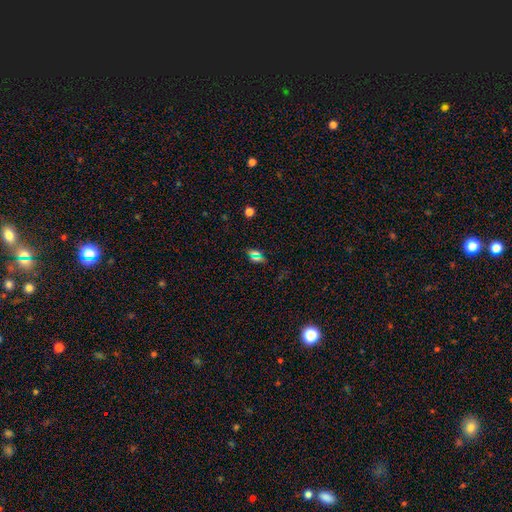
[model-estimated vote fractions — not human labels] smooth_or_featured: smooth (p=0.49) [alt: star or artifact p=0.40]
merging: none (p=0.80) [alt: minor disturbance p=0.11]